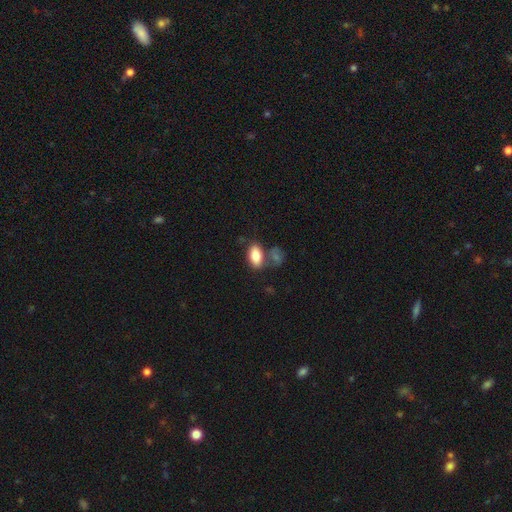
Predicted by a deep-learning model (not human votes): Smooth or featured: smooth — 84% (featured or disk — 9%)
How rounded: in between — 92% (round — 5%)
Merging: none — 59% (merger — 20%)